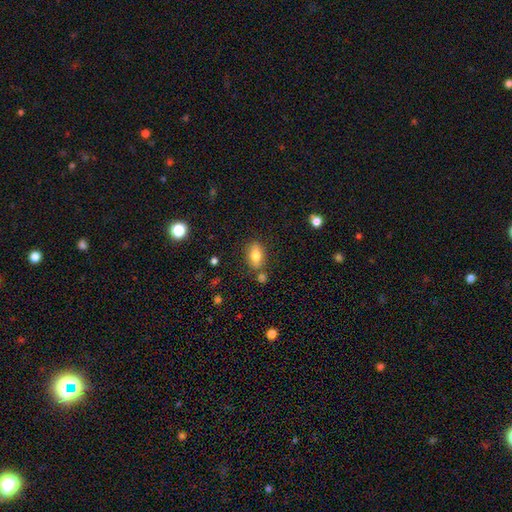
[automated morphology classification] smooth 77%, featured or disk 14%, star or artifact 9%. Down the decision tree: how rounded — in between (86%); merging — none (76%).